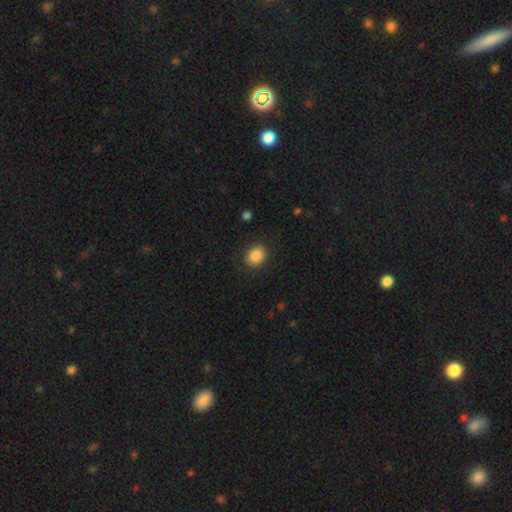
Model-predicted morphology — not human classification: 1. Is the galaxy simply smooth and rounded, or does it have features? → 87% smooth, 9% star or artifact, 4% featured or disk.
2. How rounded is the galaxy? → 51% round, 48% in between, 1% cigar-shaped.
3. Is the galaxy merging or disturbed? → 88% none, 8% minor disturbance, 3% major disturbance, 1% merger.